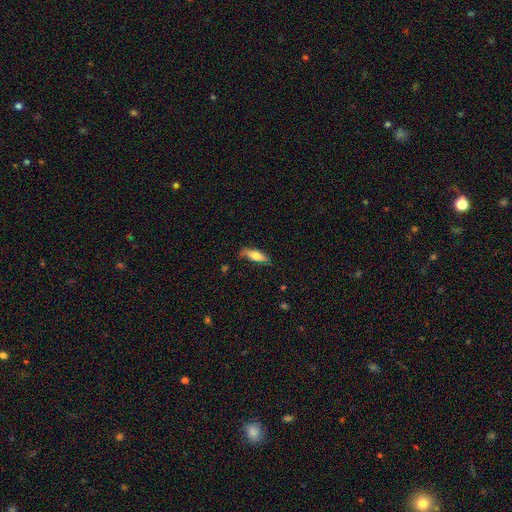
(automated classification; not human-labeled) smooth 64%, featured or disk 30%, star or artifact 7%. Down the decision tree: how rounded — in between (52%); merging — none (69%).